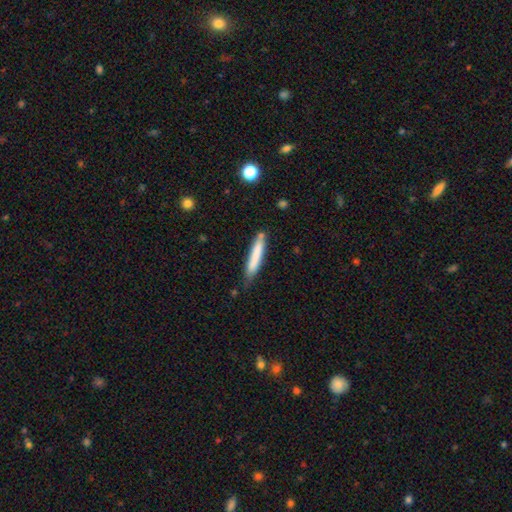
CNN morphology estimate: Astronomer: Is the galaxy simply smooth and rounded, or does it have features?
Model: smooth — 76%.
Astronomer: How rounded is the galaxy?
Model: cigar-shaped — 92%.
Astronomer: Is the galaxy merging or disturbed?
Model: none — 70%.